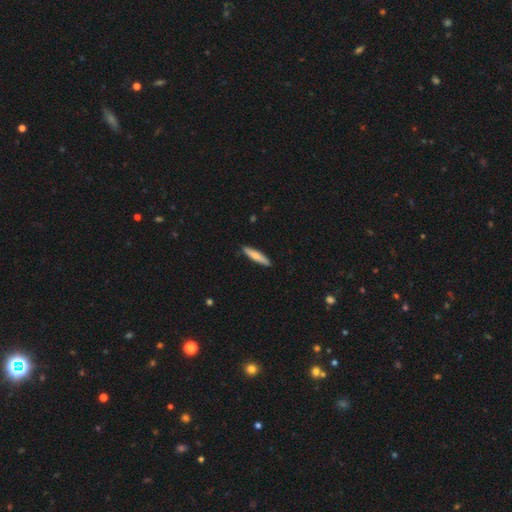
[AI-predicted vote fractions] smooth_or_featured: smooth (p=0.72) [alt: featured or disk p=0.23]
how_rounded: cigar-shaped (p=0.86) [alt: in between p=0.12]
merging: none (p=0.90) [alt: minor disturbance p=0.08]